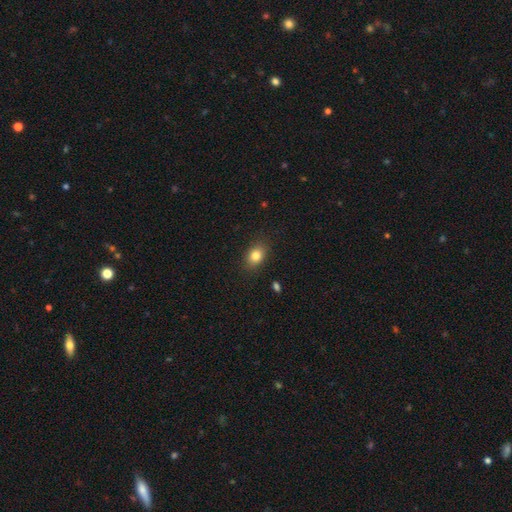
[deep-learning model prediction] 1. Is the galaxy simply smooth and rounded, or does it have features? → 83% smooth, 9% star or artifact, 7% featured or disk.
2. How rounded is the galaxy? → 73% in between, 26% round, 2% cigar-shaped.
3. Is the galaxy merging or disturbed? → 86% none, 10% minor disturbance, 3% major disturbance, 1% merger.